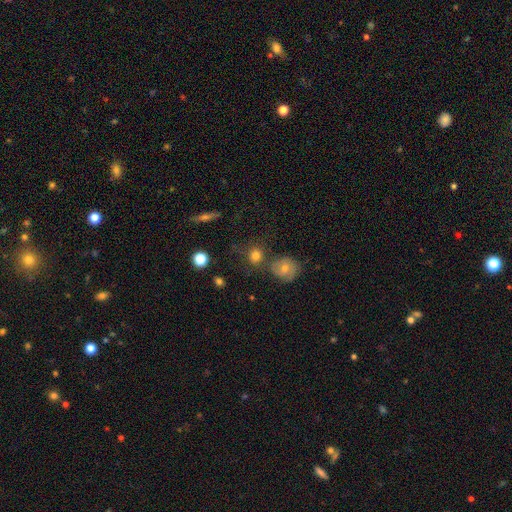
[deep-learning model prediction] A smooth galaxy with no disk features (77%) that is round (85%).

Vote fractions:
- Smooth or featured? smooth: 77% / star or artifact: 12% / featured or disk: 11%
- How rounded? round: 85% / in between: 13% / cigar-shaped: 1%
- Merging? none: 65% / merger: 16% / minor disturbance: 13% / major disturbance: 6%